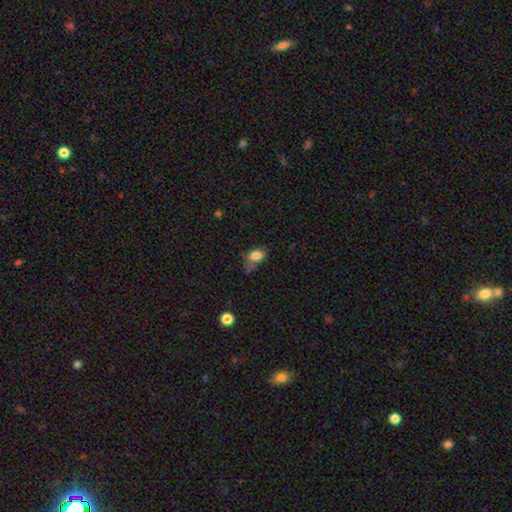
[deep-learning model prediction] Morphology: type=smooth (80%); roundness=in between (80%); merging=none (41%).